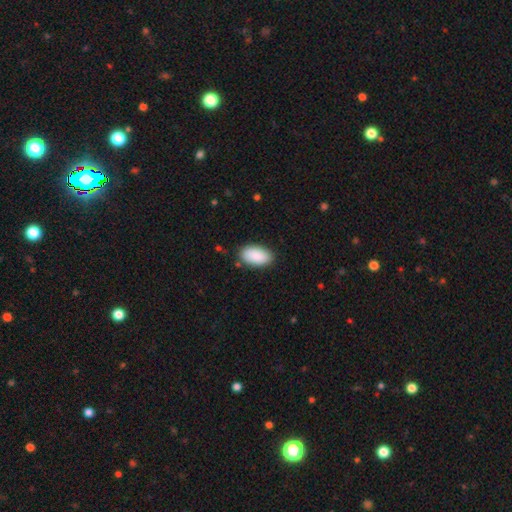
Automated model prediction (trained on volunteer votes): A smooth galaxy with no disk features (91%) that is in between round and cigar-shaped (95%). Merging: none (86%).